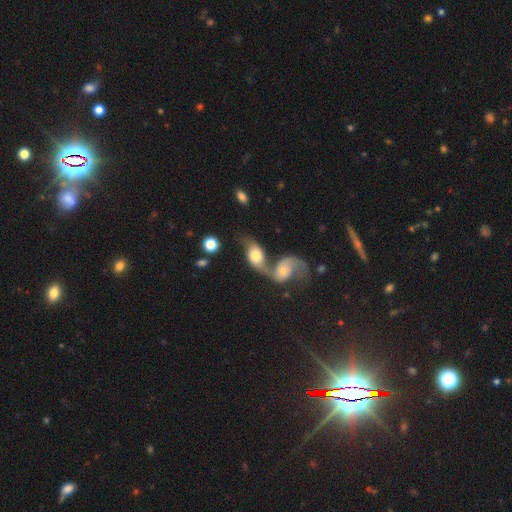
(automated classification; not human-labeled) Smooth or featured: featured or disk — 52% (smooth — 40%)
Edge-on disk: no — 91% (yes — 9%)
Merging: merger — 76% (none — 11%)